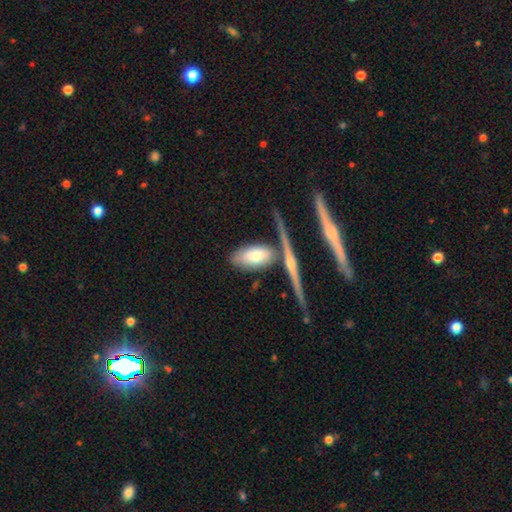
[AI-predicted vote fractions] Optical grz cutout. It shows a smooth galaxy with no disk features (70%) that is in between round and cigar-shaped (86%). Merging: none (58%).